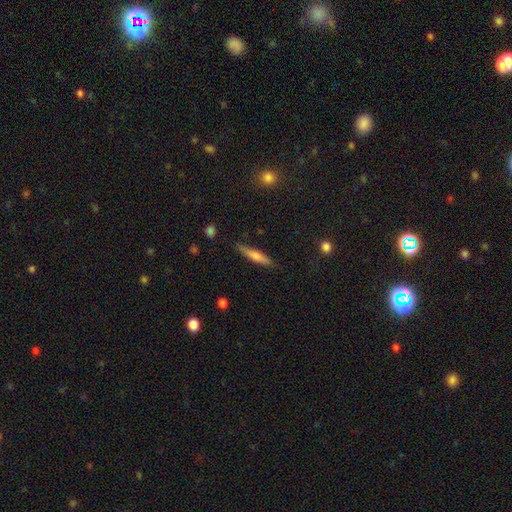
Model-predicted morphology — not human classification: Smooth or featured: smooth — 55% (featured or disk — 37%)
How rounded: cigar-shaped — 87% (in between — 11%)
Merging: none — 86% (minor disturbance — 11%)